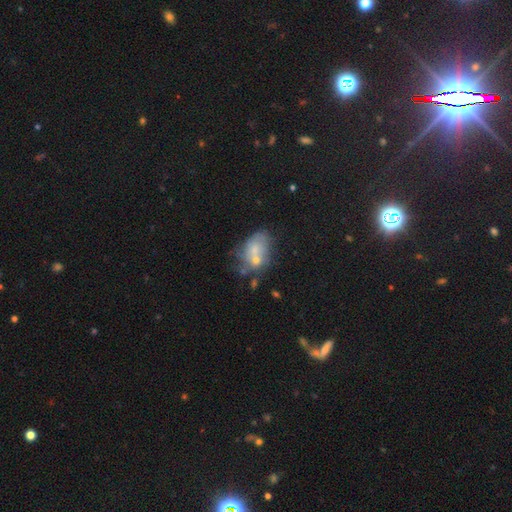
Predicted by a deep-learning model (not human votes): Overall: smooth (47%; featured or disk 39%). Merging: none (32%; merger 30%).